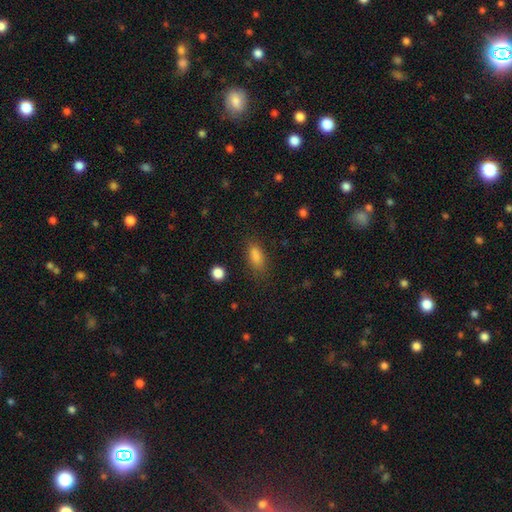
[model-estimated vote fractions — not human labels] Smooth or featured: smooth — 82% (star or artifact — 12%)
How rounded: in between — 78% (cigar-shaped — 18%)
Merging: none — 79% (minor disturbance — 14%)